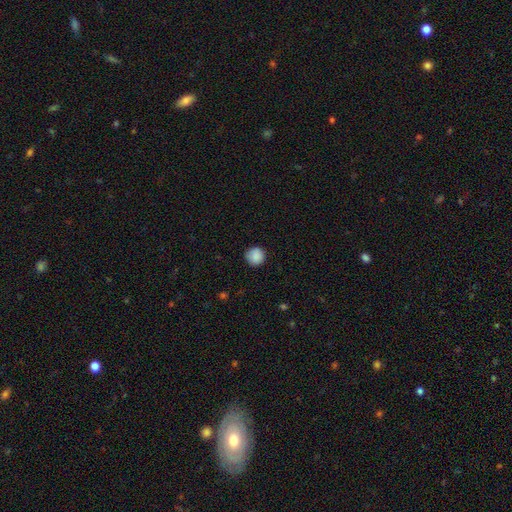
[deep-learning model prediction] This appears to be a smooth galaxy with no disk features (88%) that is round (94%). Merging: none (86%).